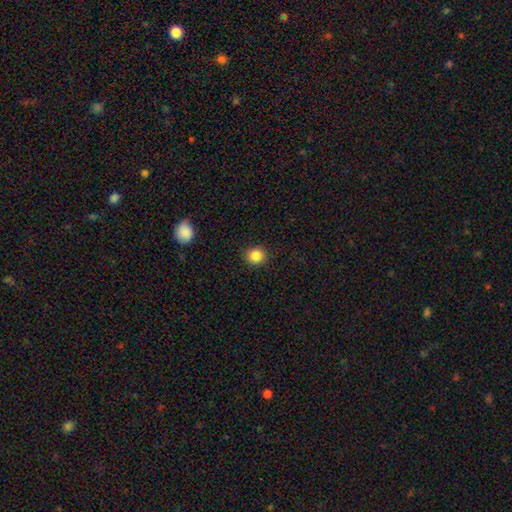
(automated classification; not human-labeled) The model was most divided on "smooth or featured": smooth: 86%, star or artifact: 11%, featured or disk: 4%. More confident: how rounded — round (91%); merging — none (90%).